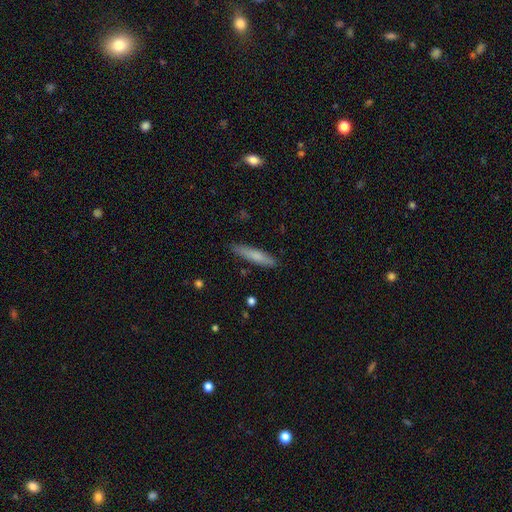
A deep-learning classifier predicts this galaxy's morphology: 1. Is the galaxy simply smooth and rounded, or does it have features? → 74% smooth, 20% featured or disk, 6% star or artifact.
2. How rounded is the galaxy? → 88% cigar-shaped, 11% in between, 1% round.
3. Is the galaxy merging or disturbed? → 86% none, 10% minor disturbance, 2% major disturbance, 1% merger.